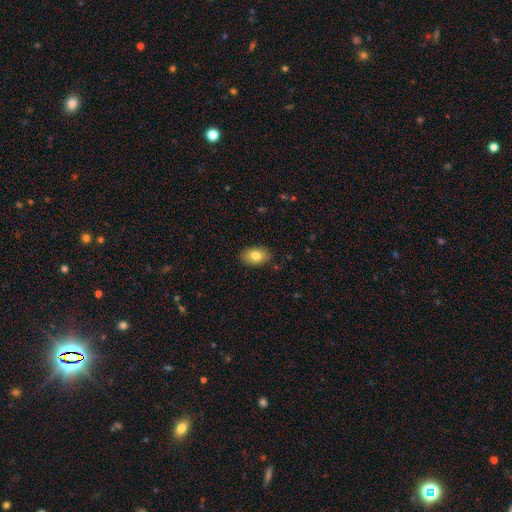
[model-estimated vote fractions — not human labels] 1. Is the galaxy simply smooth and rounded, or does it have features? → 81% smooth, 11% featured or disk, 8% star or artifact.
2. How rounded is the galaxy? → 88% in between, 11% round, 1% cigar-shaped.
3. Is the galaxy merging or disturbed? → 88% none, 9% minor disturbance, 2% major disturbance, 1% merger.